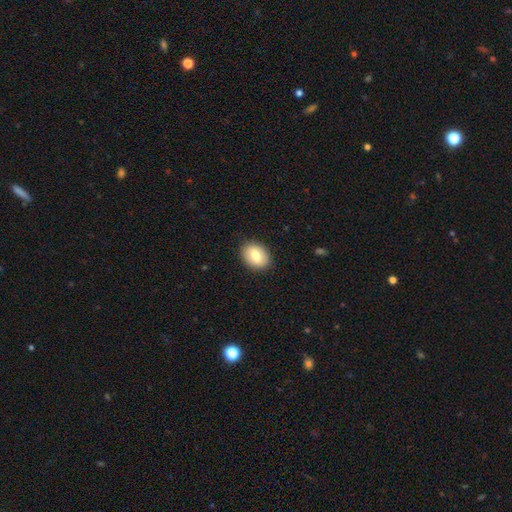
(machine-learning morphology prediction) Q: Smooth or featured?
A: smooth (77%); runner-up: featured or disk (16%)
Q: How rounded?
A: in between (70%); runner-up: round (28%)
Q: Merging?
A: none (88%); runner-up: minor disturbance (9%)